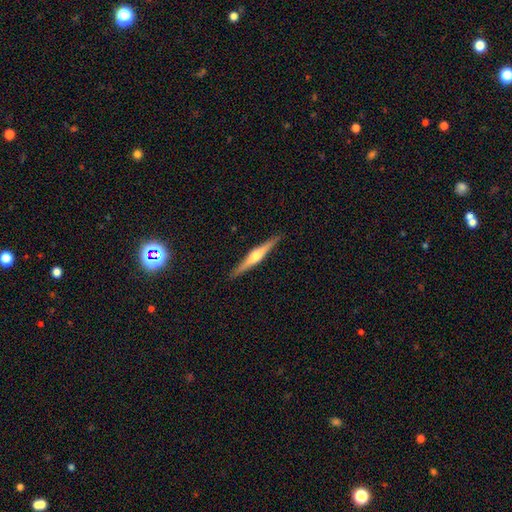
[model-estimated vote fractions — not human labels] Smooth or featured: featured or disk — 75% (smooth — 20%)
Edge-on disk: yes — 98% (no — 2%)
Edge-on bulge: rounded — 92% (boxy — 5%)
Merging: none — 91% (minor disturbance — 7%)